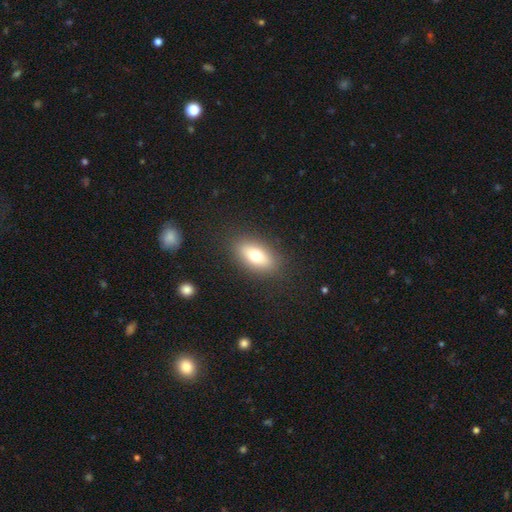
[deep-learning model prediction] A smooth galaxy with no disk features (72%) that is in between round and cigar-shaped (85%). Merging: none (86%).